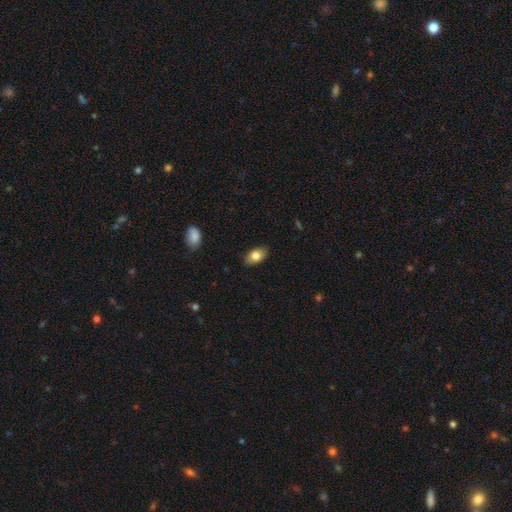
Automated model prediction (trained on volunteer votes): Smooth or featured?
  - smooth: 82% *
  - featured or disk: 11%
  - star or artifact: 7%
How rounded?
  - in between: 91% *
  - round: 7%
  - cigar-shaped: 2%
Merging?
  - none: 87% *
  - minor disturbance: 10%
  - major disturbance: 2%
  - merger: 1%